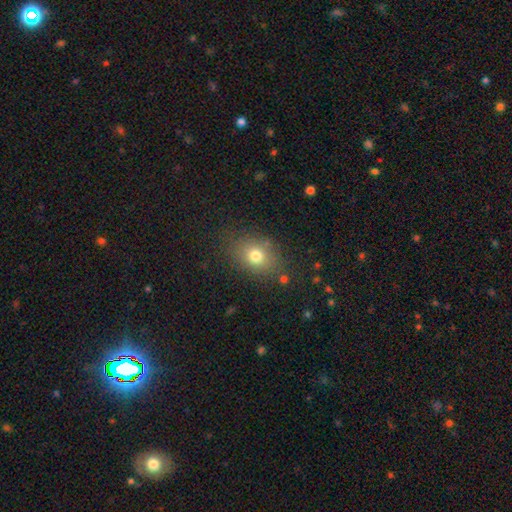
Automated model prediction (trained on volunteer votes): Q: Smooth or featured?
A: smooth (75%); runner-up: star or artifact (14%)
Q: How rounded?
A: in between (57%); runner-up: round (42%)
Q: Merging?
A: none (79%); runner-up: minor disturbance (13%)